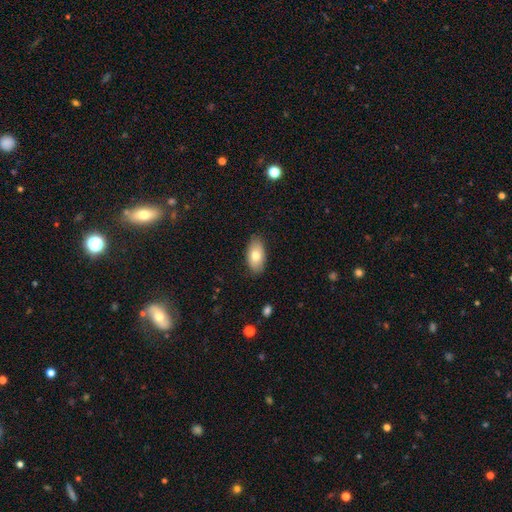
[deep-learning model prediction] This is likely a smooth galaxy (76%). How rounded: clearly in between (93%). Merging: clearly none (85%).